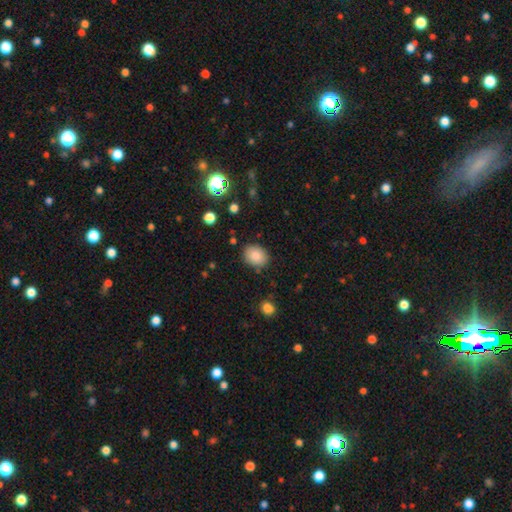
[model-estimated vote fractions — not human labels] A smooth galaxy with no disk features (87%) that is in between round and cigar-shaped (53%). Merging: none (84%).